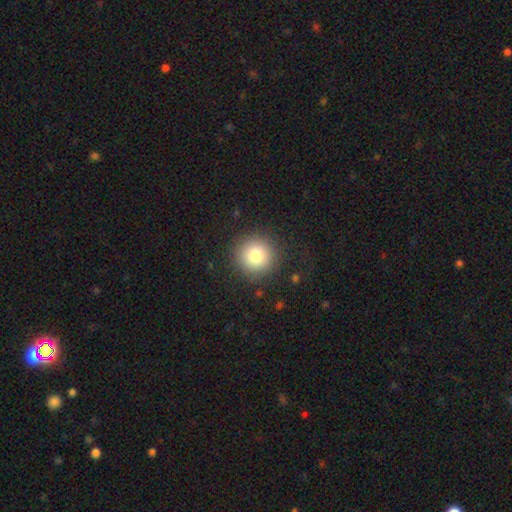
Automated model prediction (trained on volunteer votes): smooth 81%, star or artifact 10%, featured or disk 9%. Down the decision tree: how rounded — round (94%); merging — none (89%).